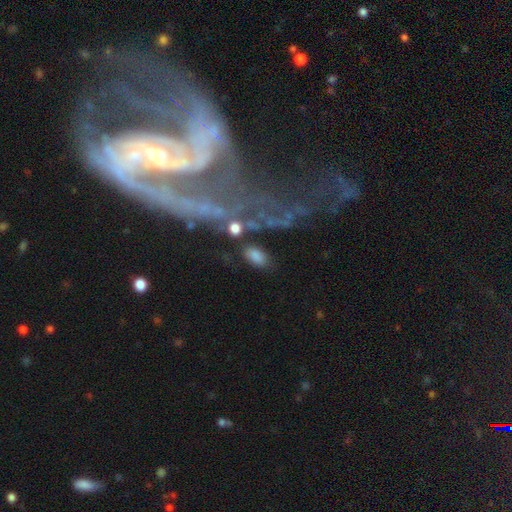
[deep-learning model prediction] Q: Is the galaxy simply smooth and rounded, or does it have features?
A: smooth — 78%.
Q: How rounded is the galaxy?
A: in between — 91%.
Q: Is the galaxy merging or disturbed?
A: none — 68%.